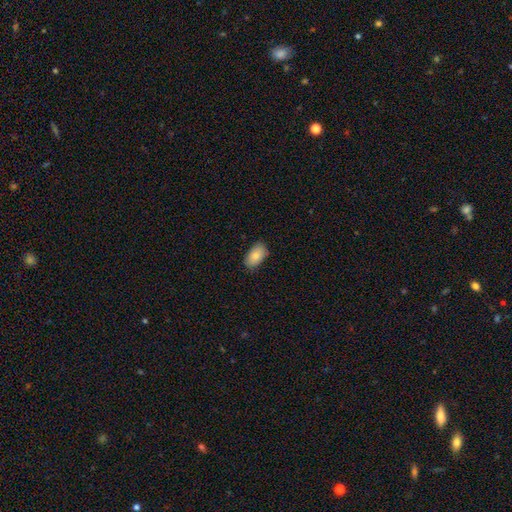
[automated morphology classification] Overall: smooth (82%). How rounded: in between (94%). Merging: none (84%).